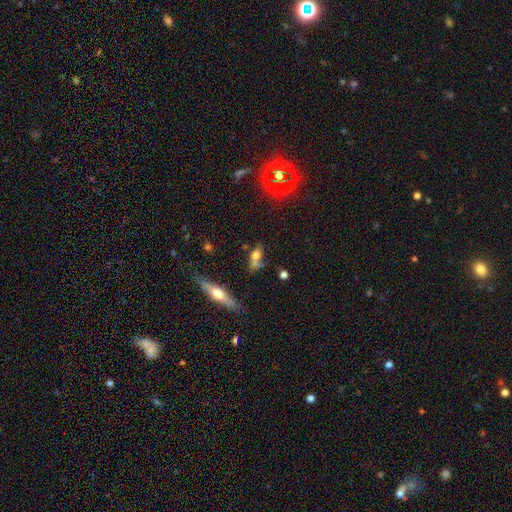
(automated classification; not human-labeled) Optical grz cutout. It shows a smooth galaxy with no disk features (62%) that is in between round and cigar-shaped (62%). Merging: none (39%).